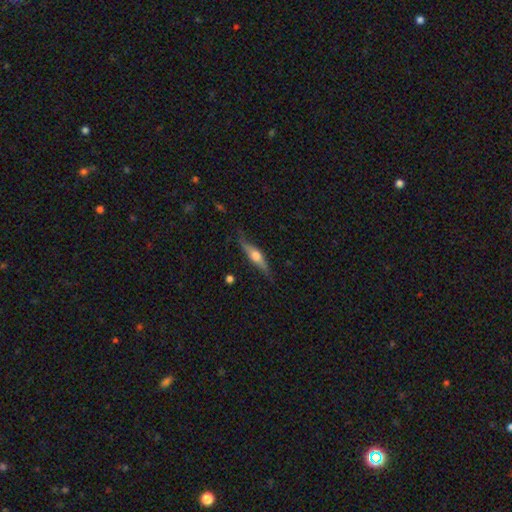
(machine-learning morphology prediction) A featured or disk galaxy (57%) viewed edge-on (92%) with a rounded central bulge (91%).

Vote fractions:
- Smooth or featured? featured or disk: 57% / smooth: 37% / star or artifact: 6%
- Edge-on disk? yes: 92% / no: 8%
- Edge-on bulge? rounded: 91% / boxy: 6% / none: 3%
- Merging? none: 74% / minor disturbance: 20% / major disturbance: 5% / merger: 2%